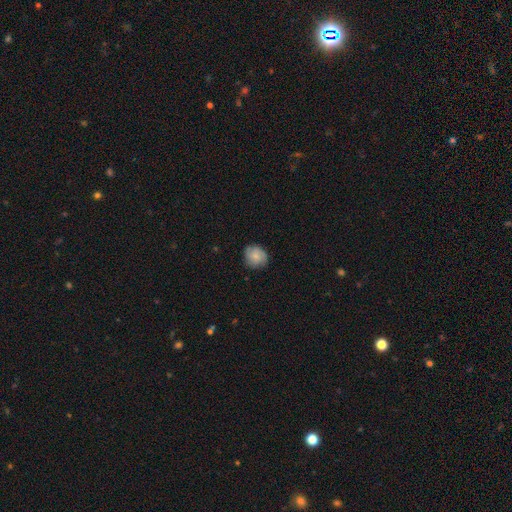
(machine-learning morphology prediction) Q: Smooth or featured?
A: smooth (65%); runner-up: featured or disk (27%)
Q: How rounded?
A: round (82%); runner-up: in between (17%)
Q: Merging?
A: none (80%); runner-up: minor disturbance (16%)